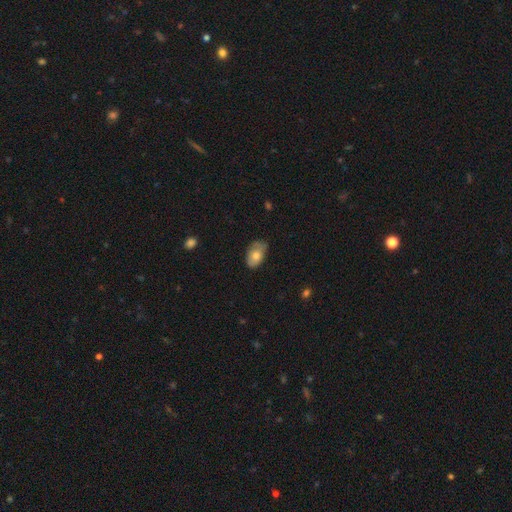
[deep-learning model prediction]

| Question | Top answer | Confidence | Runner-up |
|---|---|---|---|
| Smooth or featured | smooth | 73% | featured or disk (20%) |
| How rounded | in between | 90% | round (8%) |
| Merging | none | 57% | minor disturbance (34%) |